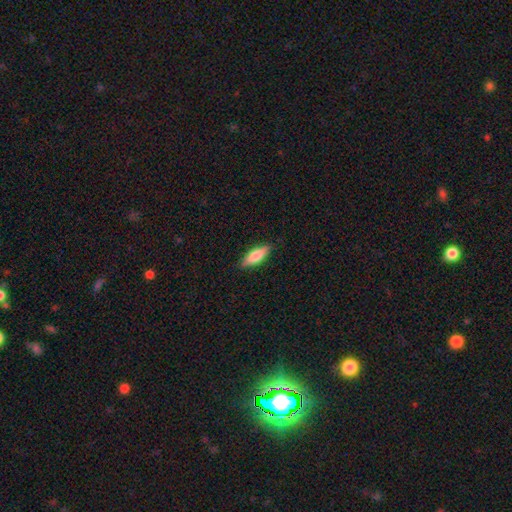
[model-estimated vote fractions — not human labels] smooth_or_featured: smooth (p=0.69) [alt: featured or disk p=0.25]
how_rounded: in between (p=0.57) [alt: cigar-shaped p=0.41]
merging: none (p=0.87) [alt: minor disturbance p=0.10]